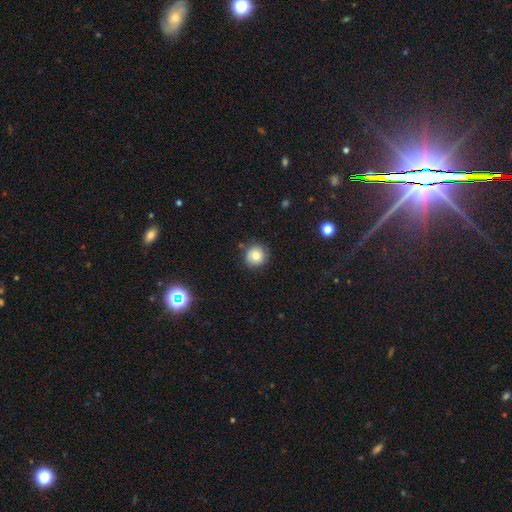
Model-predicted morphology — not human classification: This appears to be a smooth galaxy with no disk features (73%) that is round (91%). Merging: none (82%).